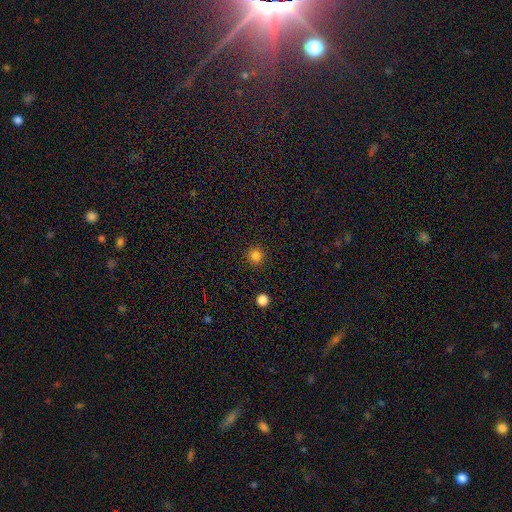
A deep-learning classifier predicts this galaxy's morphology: This appears to be a smooth galaxy with no disk features (82%) that is round (95%). Merging: none (91%).